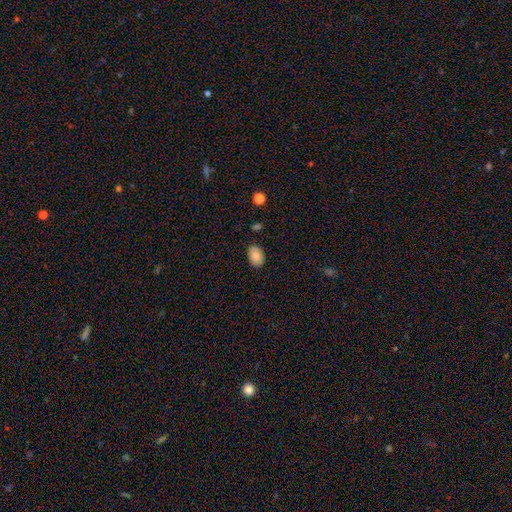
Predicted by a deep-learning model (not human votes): A smooth galaxy with no disk features (85%) that is in between round and cigar-shaped (83%).

Vote fractions:
- Smooth or featured? smooth: 85% / star or artifact: 8% / featured or disk: 7%
- How rounded? in between: 83% / round: 16% / cigar-shaped: 1%
- Merging? none: 85% / minor disturbance: 11% / major disturbance: 2% / merger: 1%